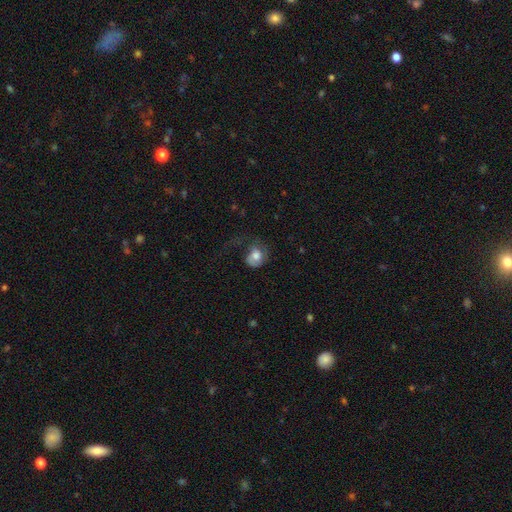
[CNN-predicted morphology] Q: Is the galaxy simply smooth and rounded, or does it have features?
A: smooth — 63%.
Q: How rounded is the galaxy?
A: round — 53%.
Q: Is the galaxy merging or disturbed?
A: major disturbance — 47%.